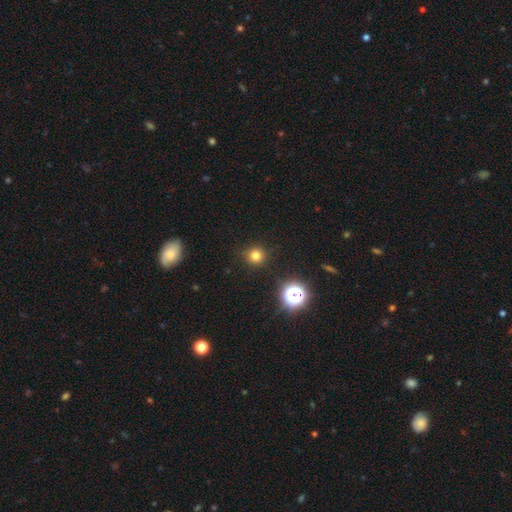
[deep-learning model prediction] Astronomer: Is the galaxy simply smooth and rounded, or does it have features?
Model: smooth — 77%.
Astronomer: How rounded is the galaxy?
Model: round — 94%.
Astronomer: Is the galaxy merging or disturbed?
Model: none — 91%.